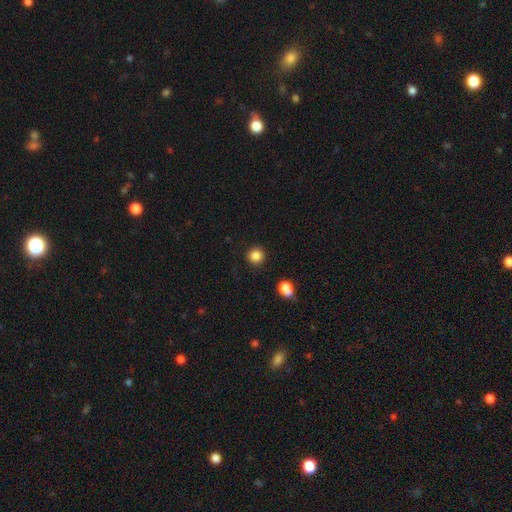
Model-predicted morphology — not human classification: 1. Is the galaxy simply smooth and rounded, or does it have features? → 86% smooth, 11% star or artifact, 3% featured or disk.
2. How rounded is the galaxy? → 93% round, 6% in between, 1% cigar-shaped.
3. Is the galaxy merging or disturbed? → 91% none, 5% minor disturbance, 2% major disturbance, 2% merger.